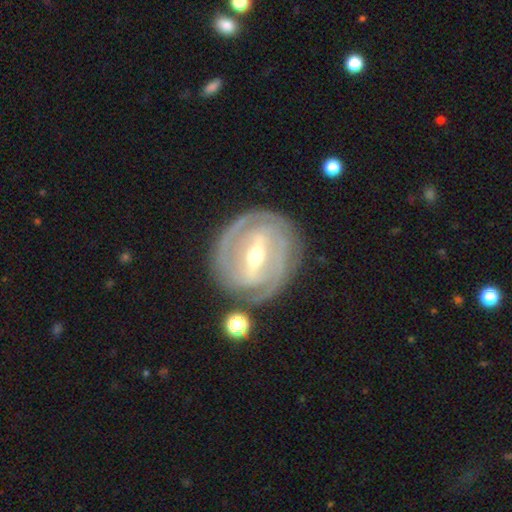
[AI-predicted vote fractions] smooth_or_featured: featured or disk (p=0.87) [alt: smooth p=0.08]
disk_edge_on: no (p=0.95) [alt: yes p=0.05]
bar: strong (p=0.60) [alt: weak p=0.31]
has_spiral_arms: yes (p=0.94) [alt: no p=0.06]
spiral_winding: tight (p=0.72) [alt: medium p=0.23]
spiral_arm_count: 2 (p=0.48) [alt: 3 p=0.20]
bulge_size: moderate (p=0.54) [alt: small p=0.42]
merging: none (p=0.80) [alt: minor disturbance p=0.13]